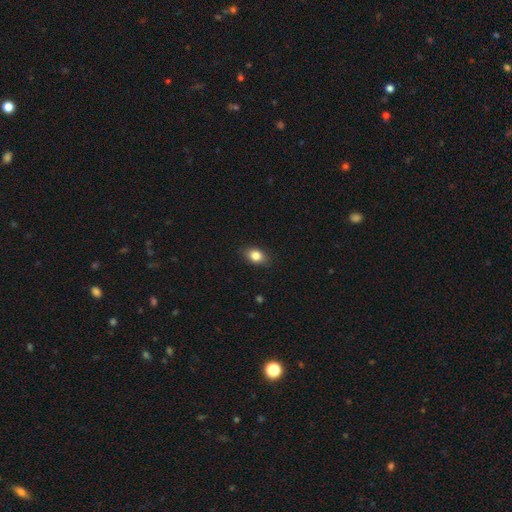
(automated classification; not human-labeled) Smooth or featured? Predicted: smooth (p=0.82). How rounded? Predicted: in between (p=0.76). Merging? Predicted: none (p=0.86).